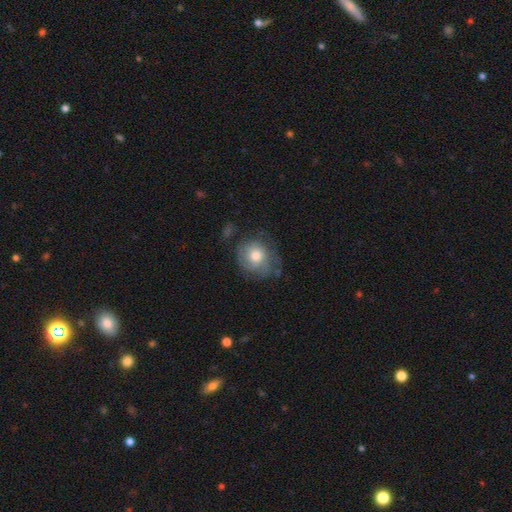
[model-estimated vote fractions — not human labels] Morphology: type=smooth (55%); roundness=round (73%); merging=none (55%).